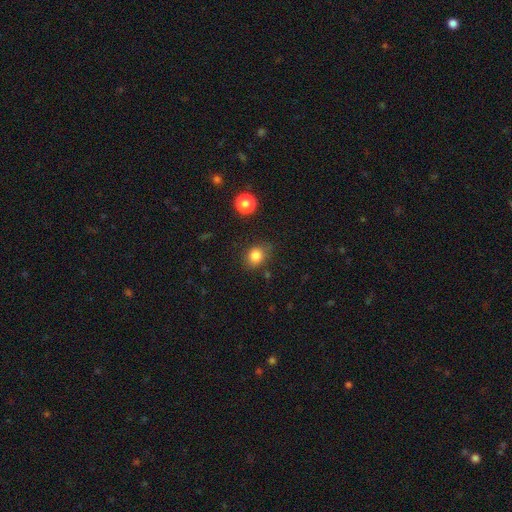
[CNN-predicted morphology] Smooth or featured? smooth (83%)
How rounded? round (59%)
Merging? none (74%)